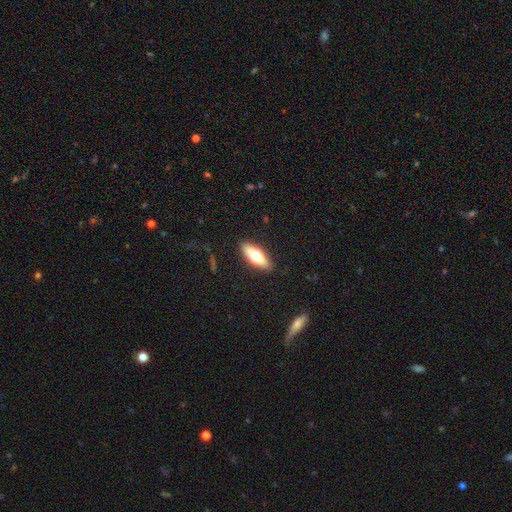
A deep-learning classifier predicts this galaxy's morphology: This is likely a smooth galaxy (62%). How rounded: likely in between (61%). Merging: clearly none (88%).